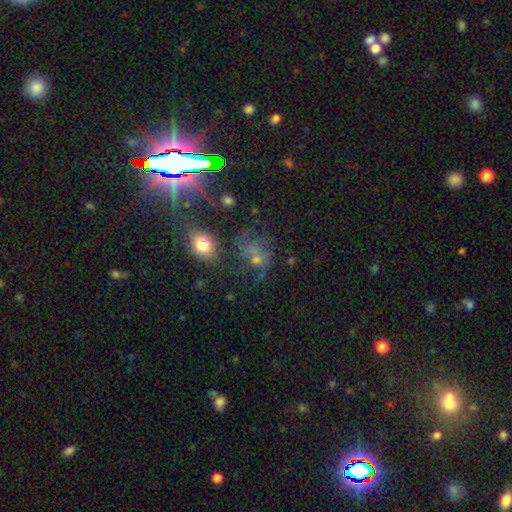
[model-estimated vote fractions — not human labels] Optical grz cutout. It shows a star or artifact, not a galaxy (35%).